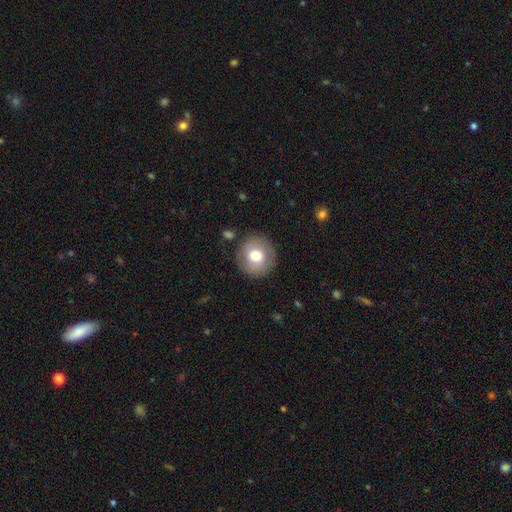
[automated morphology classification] smooth 72%, featured or disk 20%, star or artifact 8%. Down the decision tree: how rounded — round (93%); merging — none (88%).